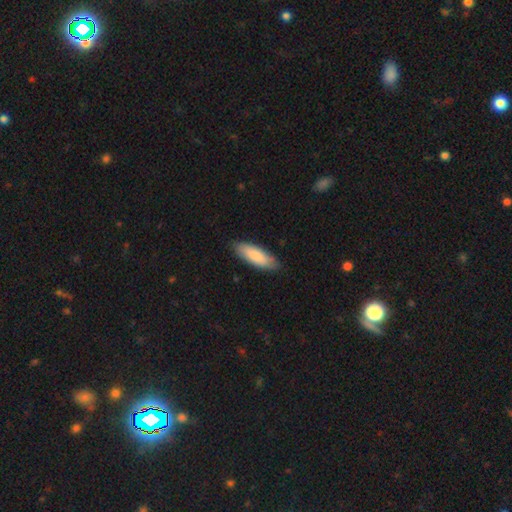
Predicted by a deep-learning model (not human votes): Overall: smooth (82%). How rounded: in between (61%; cigar-shaped 37%). Merging: none (85%).